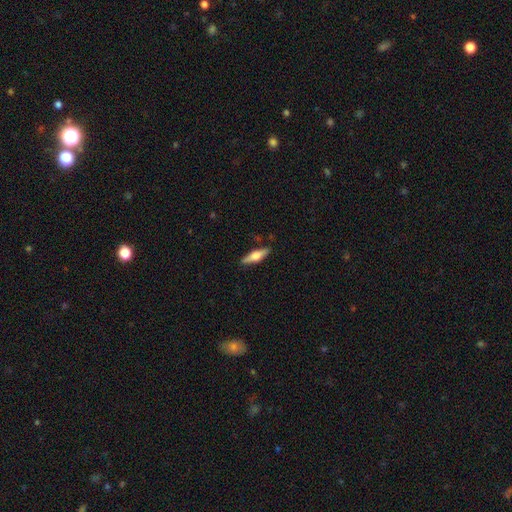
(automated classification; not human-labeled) Smooth or featured?
  - featured or disk: 55% *
  - smooth: 39%
  - star or artifact: 6%
Edge-on disk?
  - yes: 95% *
  - no: 5%
Edge-on bulge?
  - rounded: 91% *
  - boxy: 7%
  - none: 2%
Merging?
  - none: 87% *
  - minor disturbance: 9%
  - major disturbance: 2%
  - merger: 1%